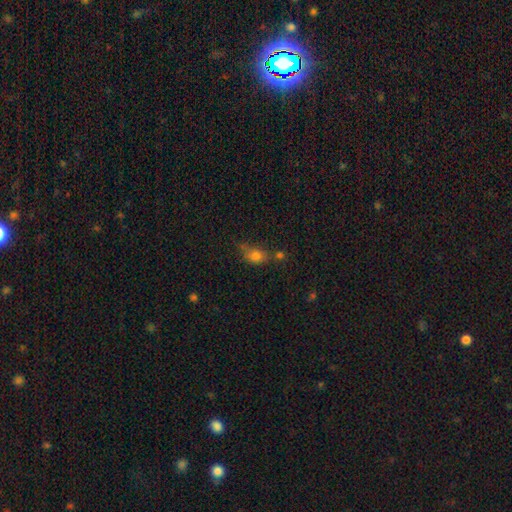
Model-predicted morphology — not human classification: A smooth galaxy with no disk features (76%) that is in between round and cigar-shaped (59%).

Vote fractions:
- Smooth or featured? smooth: 76% / star or artifact: 14% / featured or disk: 10%
- How rounded? in between: 59% / round: 37% / cigar-shaped: 3%
- Merging? none: 42% / minor disturbance: 24% / merger: 23% / major disturbance: 11%